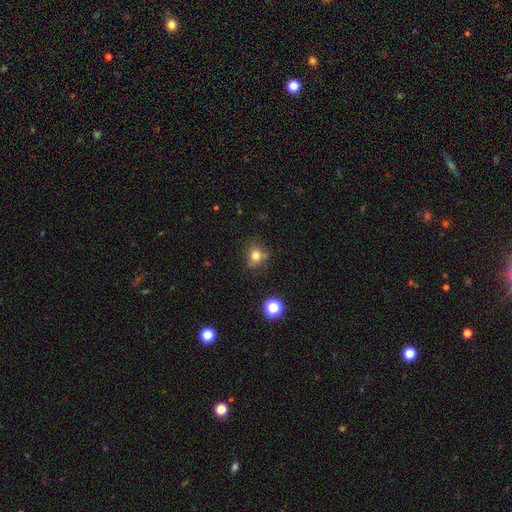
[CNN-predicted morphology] Q: Smooth or featured?
A: smooth (77%); runner-up: star or artifact (14%)
Q: How rounded?
A: round (72%); runner-up: in between (27%)
Q: Merging?
A: none (68%); runner-up: minor disturbance (21%)